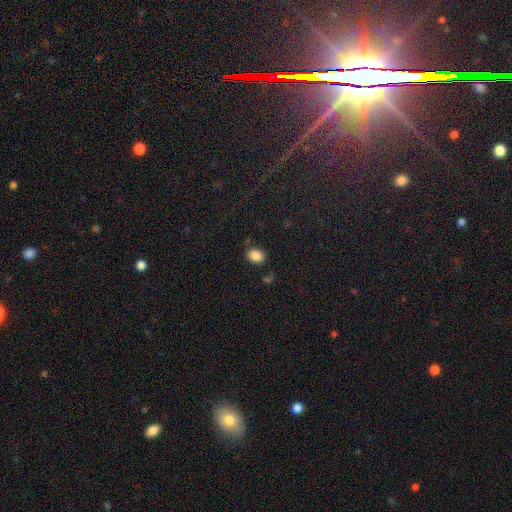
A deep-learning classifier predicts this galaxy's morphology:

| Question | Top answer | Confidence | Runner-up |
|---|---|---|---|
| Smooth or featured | smooth | 86% | star or artifact (10%) |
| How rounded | in between | 55% | round (44%) |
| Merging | none | 82% | minor disturbance (11%) |